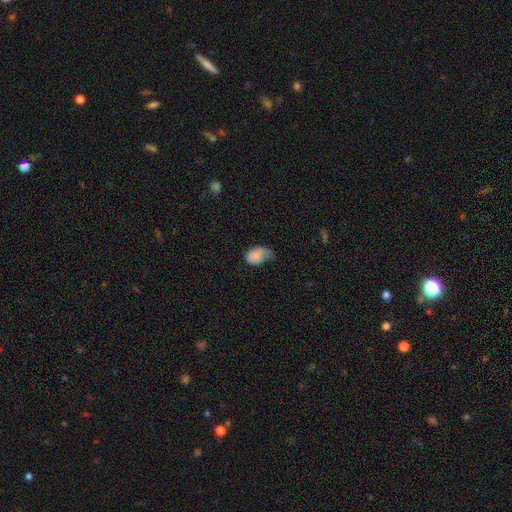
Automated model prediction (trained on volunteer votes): This appears to be a smooth galaxy with no disk features (74%) that is in between round and cigar-shaped (81%). Merging: minor disturbance (40%).